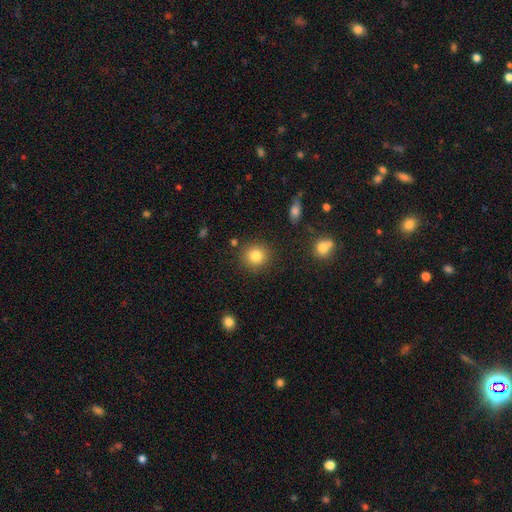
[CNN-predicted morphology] Smooth or featured? Predicted: smooth (p=0.83). How rounded? Predicted: round (p=0.89). Merging? Predicted: none (p=0.87).